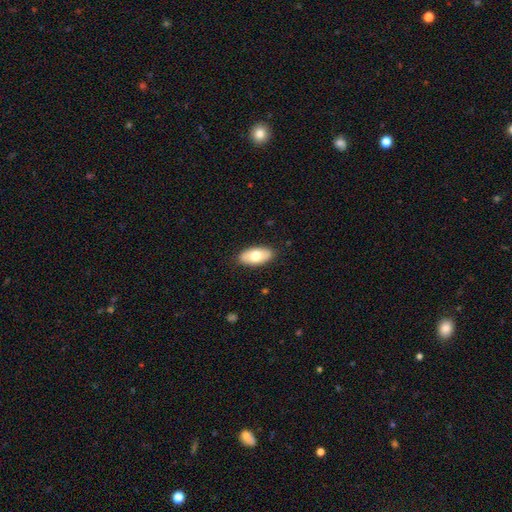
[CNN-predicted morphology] The model was most divided on "smooth or featured": smooth: 72%, featured or disk: 22%, star or artifact: 6%. More confident: how rounded — in between (92%); merging — none (88%).